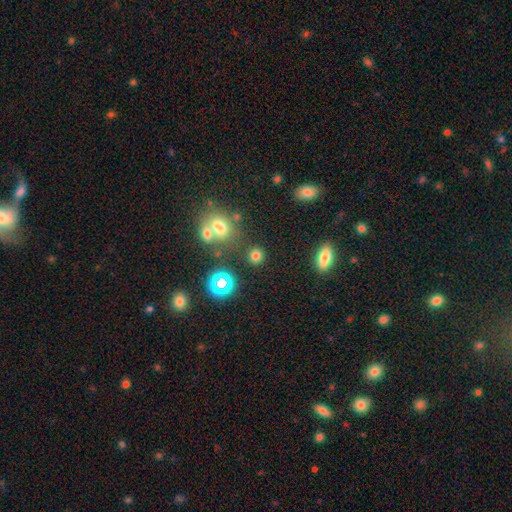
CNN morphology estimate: Smooth or featured? Predicted: smooth (p=0.73). How rounded? Predicted: round (p=0.85). Merging? Predicted: none (p=0.79).